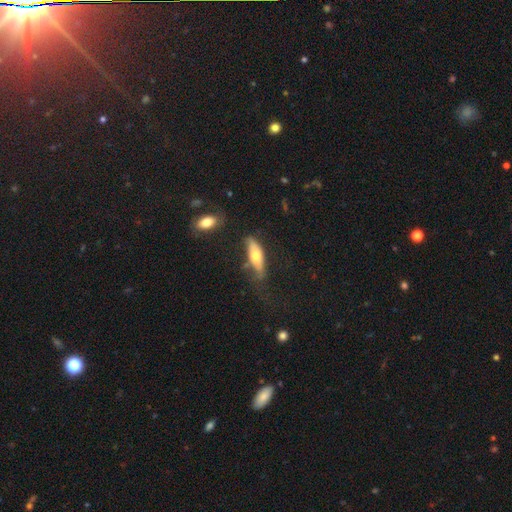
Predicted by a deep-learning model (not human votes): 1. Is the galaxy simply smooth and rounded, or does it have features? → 59% smooth, 35% featured or disk, 6% star or artifact.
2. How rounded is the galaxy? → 56% in between, 42% cigar-shaped, 3% round.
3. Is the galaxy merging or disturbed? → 51% none, 29% minor disturbance, 15% major disturbance, 5% merger.